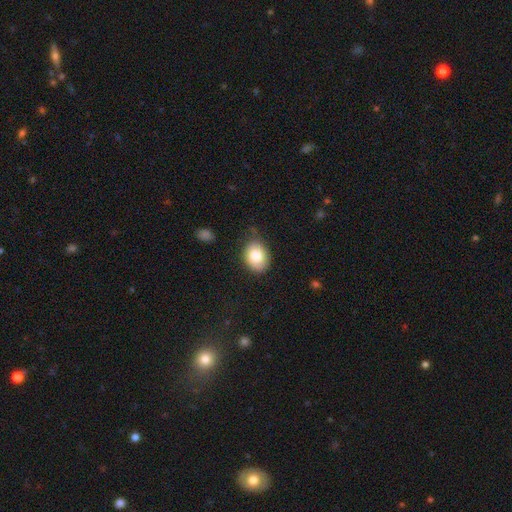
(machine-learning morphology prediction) This is likely a smooth galaxy (78%). How rounded: likely in between (70%). Merging: likely none (67%).